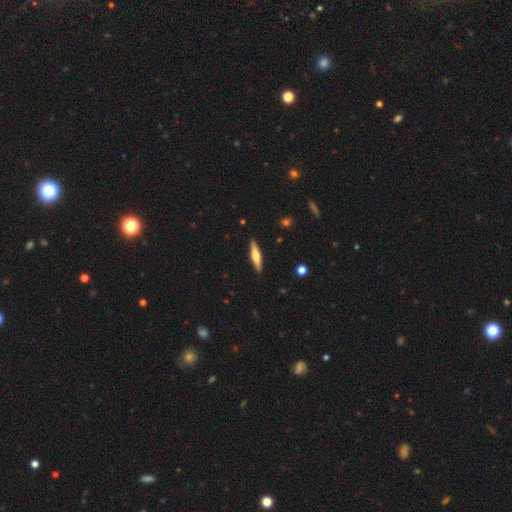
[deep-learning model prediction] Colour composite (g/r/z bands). It shows a featured or disk galaxy (48%). Merging: none (89%).